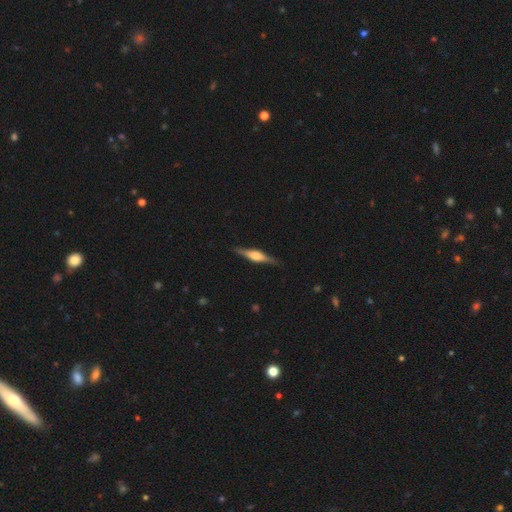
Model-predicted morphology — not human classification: This is likely a featured or disk galaxy (70%). It is clearly viewed edge-on (97%). Edge-on bulge: likely rounded (78%). Merging: clearly none (89%).